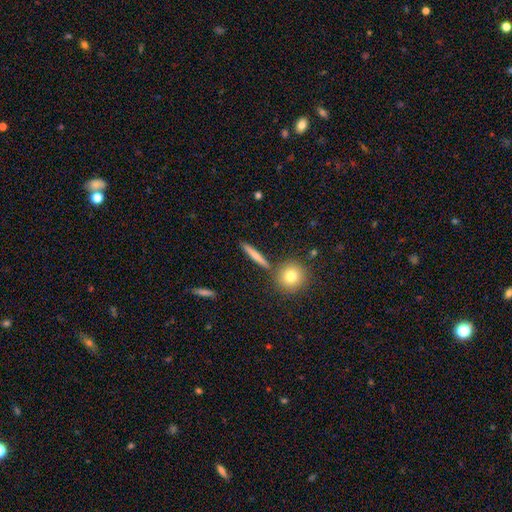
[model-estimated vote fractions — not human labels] A smooth galaxy with no disk features (63%) that is cigar-shaped (82%).

Vote fractions:
- Smooth or featured? smooth: 63% / featured or disk: 29% / star or artifact: 8%
- How rounded? cigar-shaped: 82% / in between: 10% / round: 9%
- Merging? none: 86% / minor disturbance: 7% / merger: 5% / major disturbance: 2%